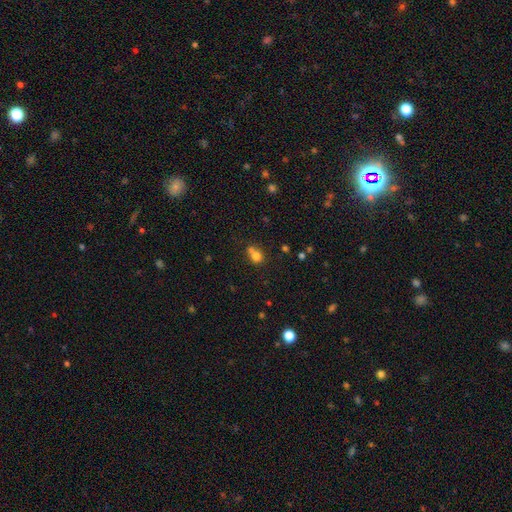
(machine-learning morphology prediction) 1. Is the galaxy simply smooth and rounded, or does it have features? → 76% smooth, 14% star or artifact, 11% featured or disk.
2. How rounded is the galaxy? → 68% round, 30% in between, 1% cigar-shaped.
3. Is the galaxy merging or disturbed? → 41% merger (tied), 41% none (tied), 13% minor disturbance, 5% major disturbance.